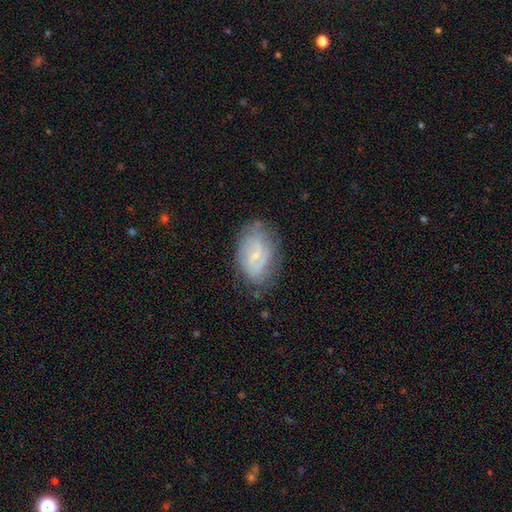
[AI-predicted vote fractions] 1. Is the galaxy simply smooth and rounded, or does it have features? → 55% featured or disk, 36% smooth, 9% star or artifact.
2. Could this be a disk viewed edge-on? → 96% no, 4% yes.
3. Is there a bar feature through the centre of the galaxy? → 51% weak, 36% no, 14% strong.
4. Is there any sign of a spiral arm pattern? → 69% yes, 31% no.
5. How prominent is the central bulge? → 67% small, 16% none, 14% moderate, 1% large, 1% dominant.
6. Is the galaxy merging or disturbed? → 68% none, 22% minor disturbance, 8% major disturbance, 2% merger.